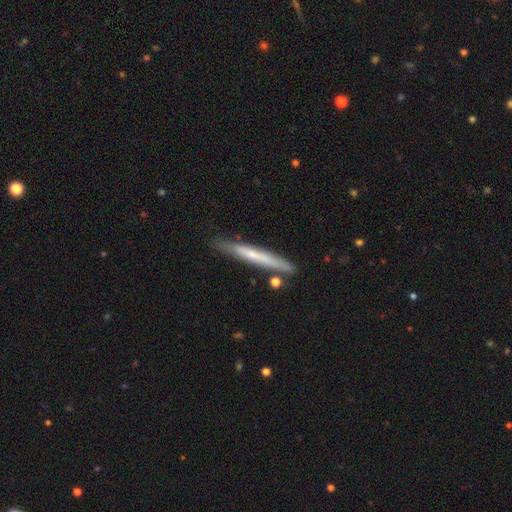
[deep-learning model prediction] Smooth or featured? Predicted: smooth (p=0.54). How rounded? Predicted: cigar-shaped (p=0.96). Merging? Predicted: none (p=0.81).